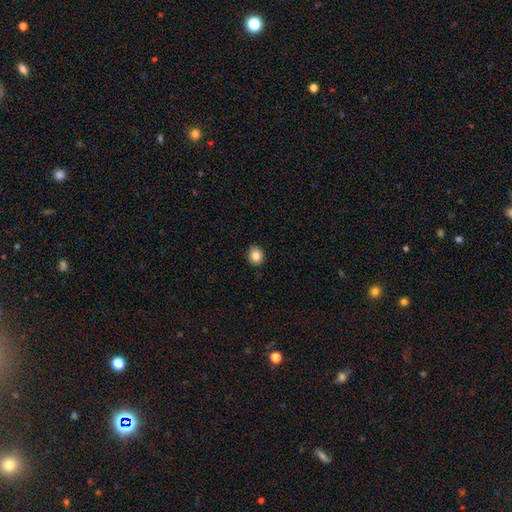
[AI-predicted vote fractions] Smooth or featured? smooth (84%)
How rounded? round (76%)
Merging? none (91%)